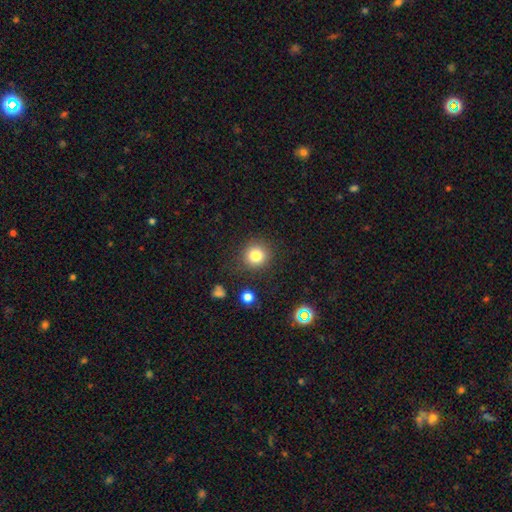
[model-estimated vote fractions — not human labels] Smooth or featured? smooth (81%)
How rounded? round (93%)
Merging? none (86%)